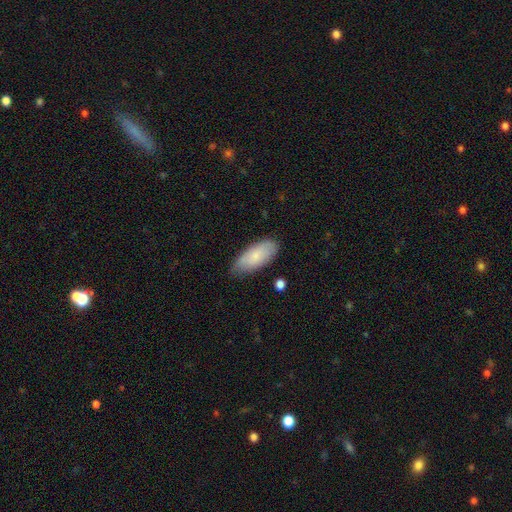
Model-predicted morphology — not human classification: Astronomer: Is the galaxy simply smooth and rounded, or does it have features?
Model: smooth — 80%.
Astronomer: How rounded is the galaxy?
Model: in between — 87%.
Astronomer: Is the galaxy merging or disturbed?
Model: none — 73%.